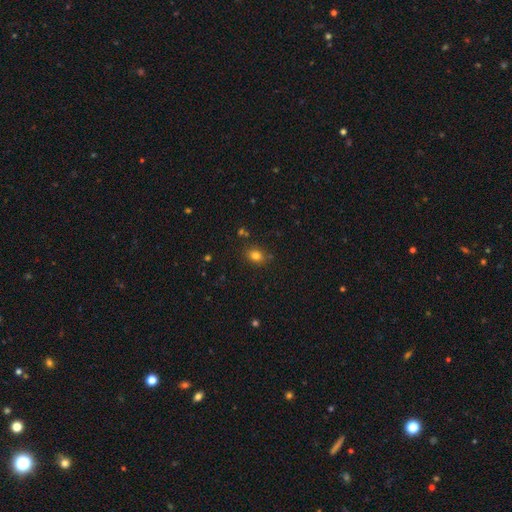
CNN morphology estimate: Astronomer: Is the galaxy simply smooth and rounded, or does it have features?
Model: smooth — 79%.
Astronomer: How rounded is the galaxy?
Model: in between — 54% (runner-up: round, 44%).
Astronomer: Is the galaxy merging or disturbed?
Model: none — 79%.